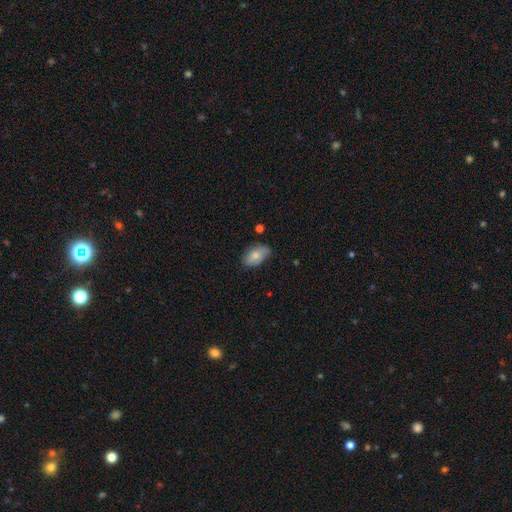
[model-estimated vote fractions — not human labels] This is likely a smooth galaxy (76%). How rounded: clearly in between (92%). Merging: likely none (70%).